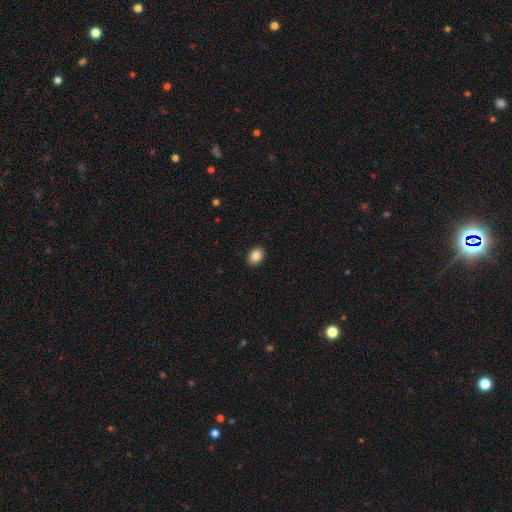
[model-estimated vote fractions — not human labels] Smooth or featured?
  - smooth: 86% *
  - star or artifact: 8%
  - featured or disk: 6%
How rounded?
  - in between: 70% *
  - round: 29%
  - cigar-shaped: 1%
Merging?
  - none: 91% *
  - minor disturbance: 6%
  - major disturbance: 2%
  - merger: 1%